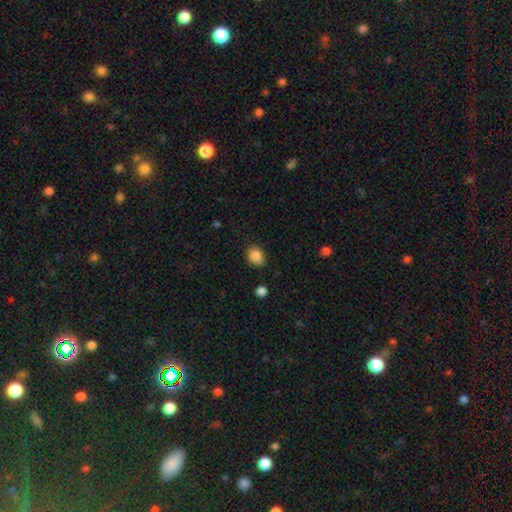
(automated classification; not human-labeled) Morphology: type=smooth (87%); roundness=round (57%); merging=none (81%).